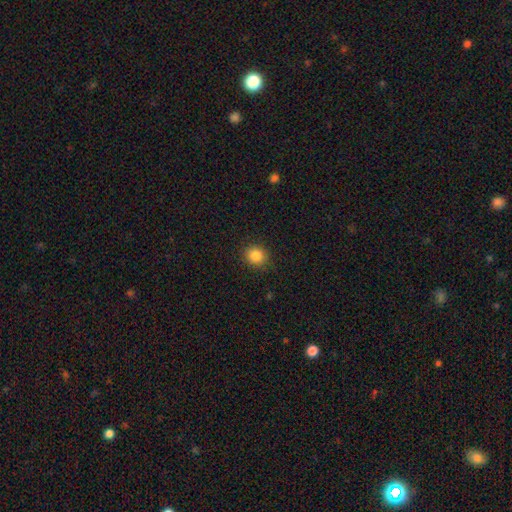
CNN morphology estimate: smooth_or_featured: smooth (p=0.85) [alt: star or artifact p=0.10]
how_rounded: round (p=0.79) [alt: in between p=0.20]
merging: none (p=0.89) [alt: minor disturbance p=0.08]